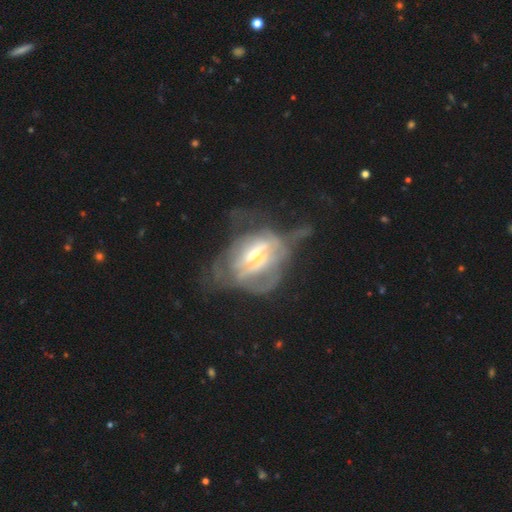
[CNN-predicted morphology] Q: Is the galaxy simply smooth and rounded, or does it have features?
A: featured or disk — 70%.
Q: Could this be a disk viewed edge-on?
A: no — 91%.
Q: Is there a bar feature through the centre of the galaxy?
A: no — 53%.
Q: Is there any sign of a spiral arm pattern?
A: no — 54%.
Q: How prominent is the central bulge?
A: small — 45%.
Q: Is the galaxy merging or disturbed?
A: major disturbance — 49%.